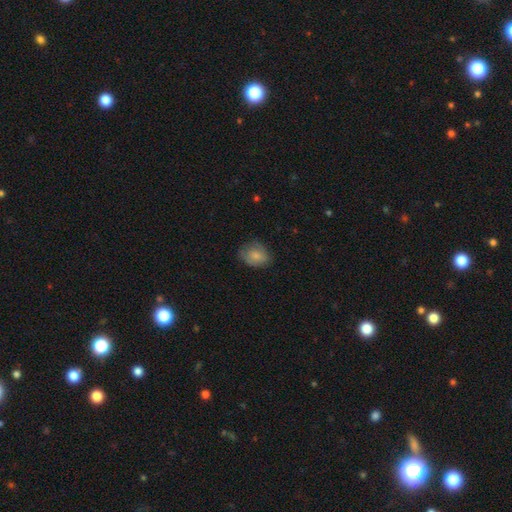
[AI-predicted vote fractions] Smooth or featured: smooth — 78% (featured or disk — 14%)
How rounded: in between — 51% (round — 48%)
Merging: none — 65% (minor disturbance — 26%)